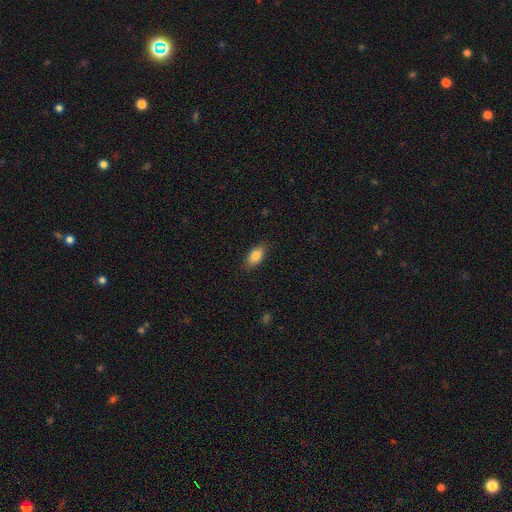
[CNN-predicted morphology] Smooth or featured?
  - smooth: 84% *
  - featured or disk: 9%
  - star or artifact: 7%
How rounded?
  - in between: 88% *
  - cigar-shaped: 8%
  - round: 5%
Merging?
  - none: 86% *
  - minor disturbance: 11%
  - major disturbance: 2%
  - merger: 1%